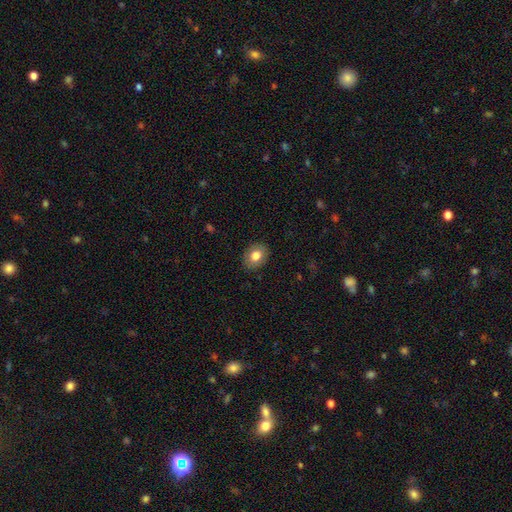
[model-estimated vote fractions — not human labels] smooth 80%, featured or disk 12%, star or artifact 8%. Down the decision tree: how rounded — in between (61%); merging — none (88%).